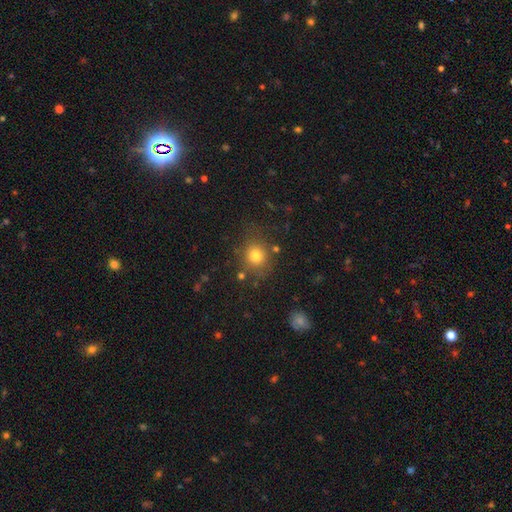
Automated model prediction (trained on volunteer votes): Smooth or featured: smooth — 77% (star or artifact — 14%)
How rounded: round — 82% (in between — 17%)
Merging: none — 77% (minor disturbance — 13%)